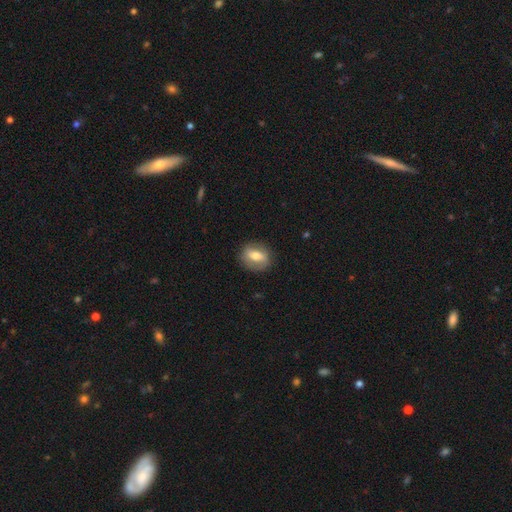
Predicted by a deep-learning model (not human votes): Q: Smooth or featured?
A: smooth (51%); runner-up: featured or disk (42%)
Q: How rounded?
A: round (52%); runner-up: in between (45%)
Q: Merging?
A: none (84%); runner-up: minor disturbance (11%)